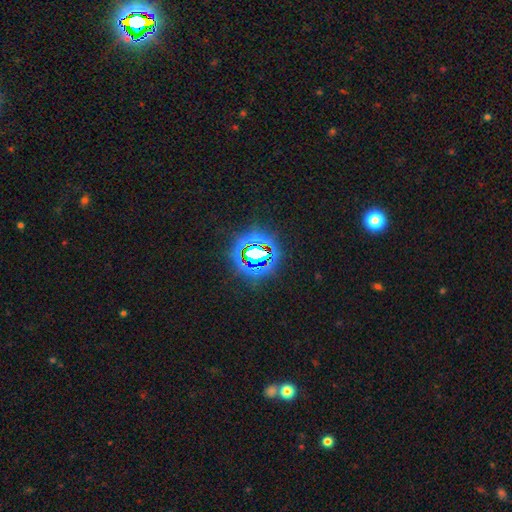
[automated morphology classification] This is likely a star or artifact rather than a galaxy (76%).